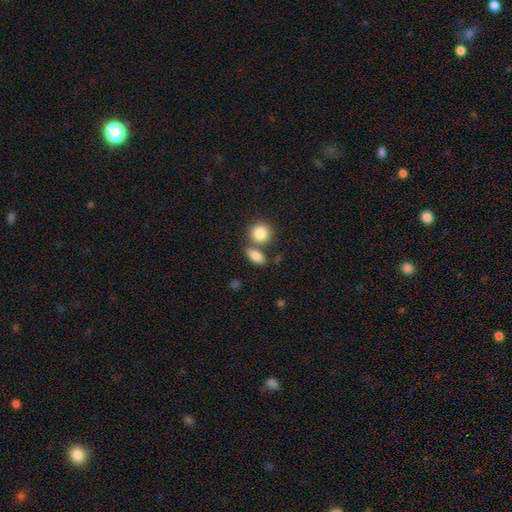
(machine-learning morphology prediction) Overall: smooth (85%). How rounded: in between (77%). Merging: none (58%; merger 27%).